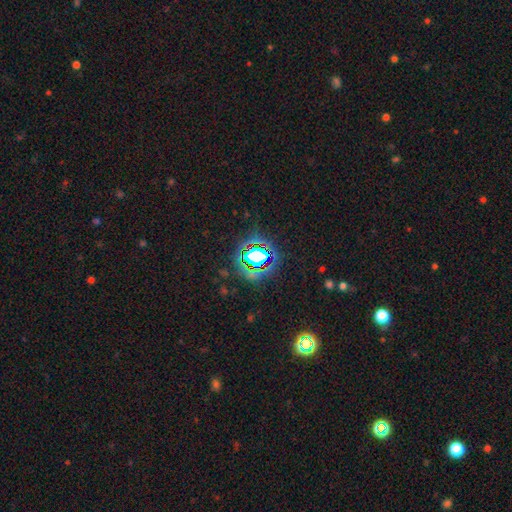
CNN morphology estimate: The model was most divided on "smooth or featured": star or artifact: 68%, smooth: 21%, featured or disk: 12%.